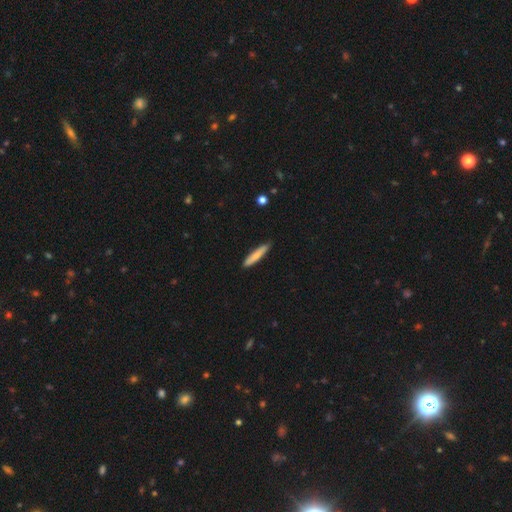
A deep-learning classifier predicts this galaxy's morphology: smooth_or_featured: smooth (p=0.78) [alt: featured or disk p=0.16]
how_rounded: cigar-shaped (p=0.92) [alt: in between p=0.07]
merging: none (p=0.87) [alt: minor disturbance p=0.10]